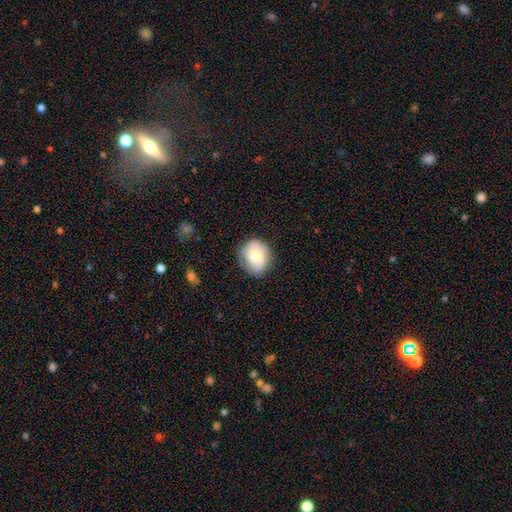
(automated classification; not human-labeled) smooth 59%, featured or disk 33%, star or artifact 8%. Down the decision tree: how rounded — round (74%); merging — none (78%).